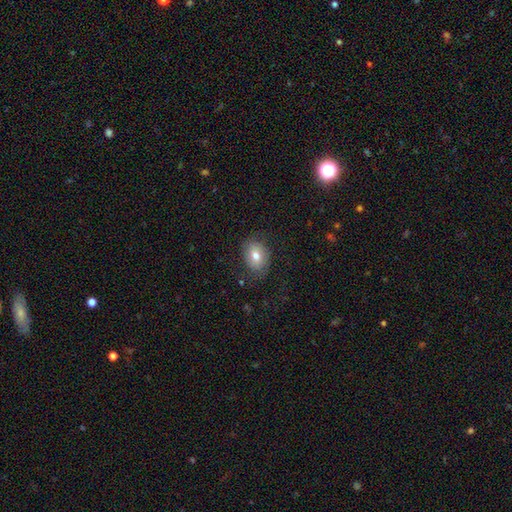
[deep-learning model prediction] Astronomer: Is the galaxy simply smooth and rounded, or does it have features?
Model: smooth — 74%.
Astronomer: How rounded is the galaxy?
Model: in between — 64%.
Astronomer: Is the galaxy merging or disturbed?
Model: none — 76%.